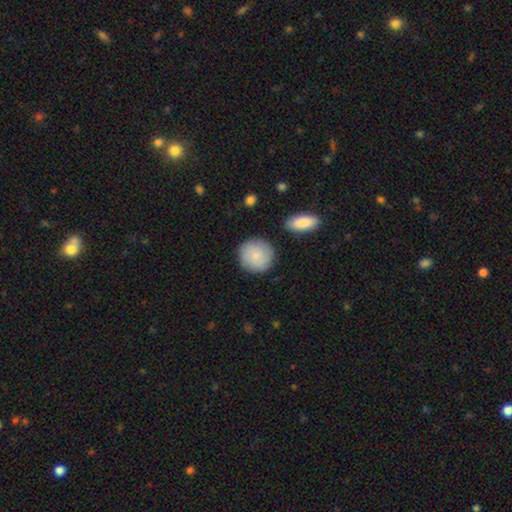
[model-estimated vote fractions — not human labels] This appears to be a smooth galaxy with no disk features (78%) that is round (92%). Merging: none (85%).